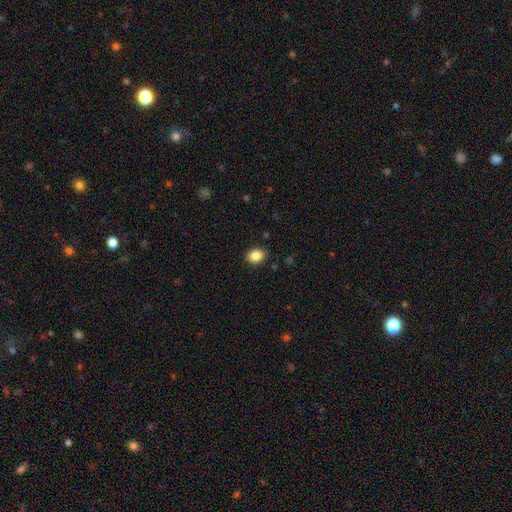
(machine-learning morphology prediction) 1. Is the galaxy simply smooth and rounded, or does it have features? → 87% smooth, 9% star or artifact, 4% featured or disk.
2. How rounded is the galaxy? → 56% in between, 43% round, 1% cigar-shaped.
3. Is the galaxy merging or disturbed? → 87% none, 9% minor disturbance, 2% major disturbance, 1% merger.